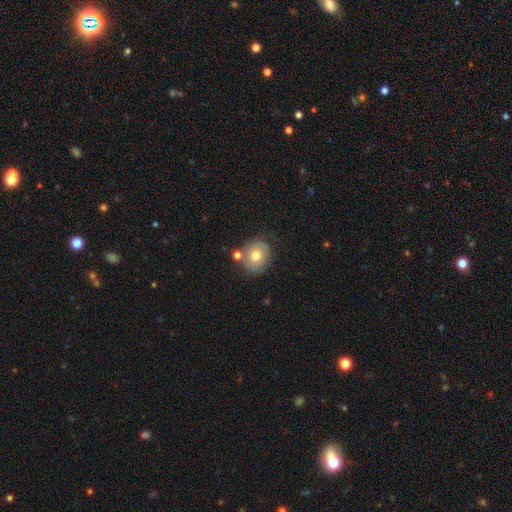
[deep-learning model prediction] This appears to be a smooth galaxy with no disk features (68%) that is round (69%). Merging: none (65%).